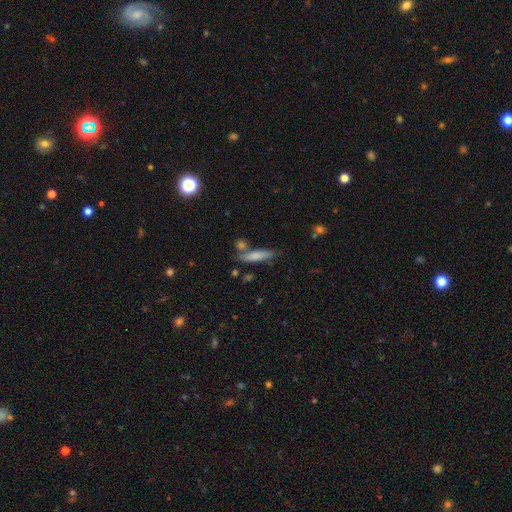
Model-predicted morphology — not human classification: Smooth or featured: smooth — 73% (featured or disk — 20%)
How rounded: cigar-shaped — 81% (in between — 17%)
Merging: none — 70% (minor disturbance — 14%)